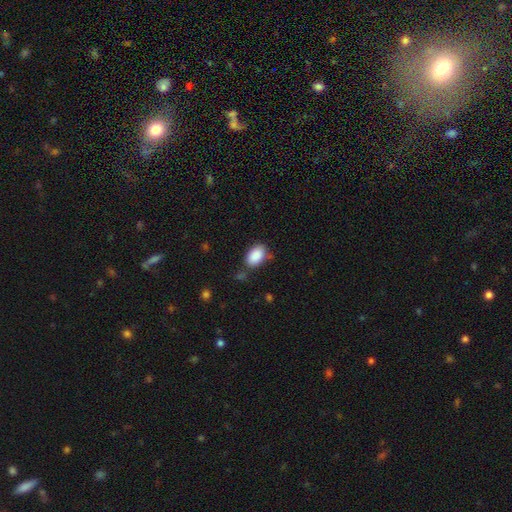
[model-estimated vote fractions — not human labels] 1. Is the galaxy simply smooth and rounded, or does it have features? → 89% smooth, 7% star or artifact, 4% featured or disk.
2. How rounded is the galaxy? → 91% in between, 8% round, 1% cigar-shaped.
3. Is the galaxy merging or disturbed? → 73% none, 17% minor disturbance, 5% merger, 4% major disturbance.